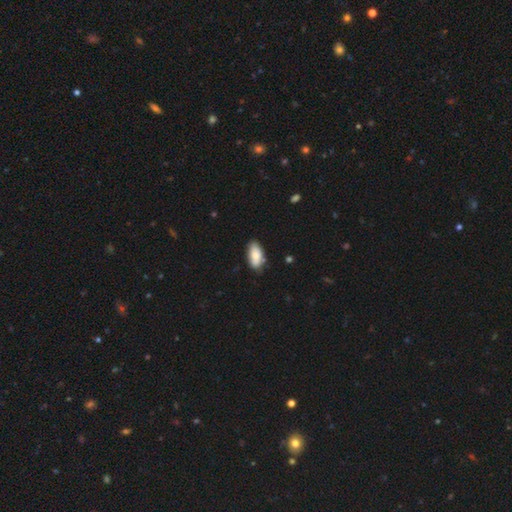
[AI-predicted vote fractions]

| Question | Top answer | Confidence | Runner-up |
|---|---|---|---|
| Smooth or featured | smooth | 80% | featured or disk (13%) |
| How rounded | in between | 92% | cigar-shaped (6%) |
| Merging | none | 72% | minor disturbance (21%) |